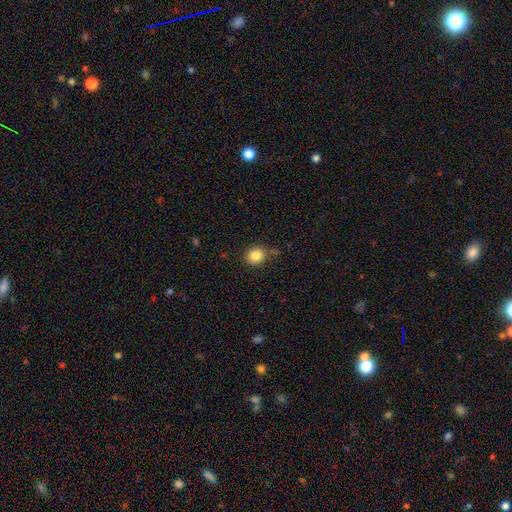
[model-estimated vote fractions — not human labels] This is clearly a smooth galaxy (84%). How rounded: likely round (75%). Merging: likely none (75%).